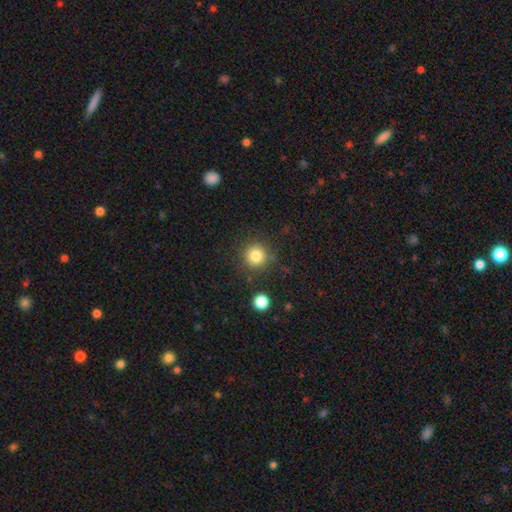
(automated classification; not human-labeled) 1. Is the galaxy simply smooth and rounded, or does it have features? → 82% smooth, 12% star or artifact, 6% featured or disk.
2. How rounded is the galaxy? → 95% round, 4% in between, 1% cigar-shaped.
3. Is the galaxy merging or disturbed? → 84% none, 9% minor disturbance, 4% merger, 4% major disturbance.